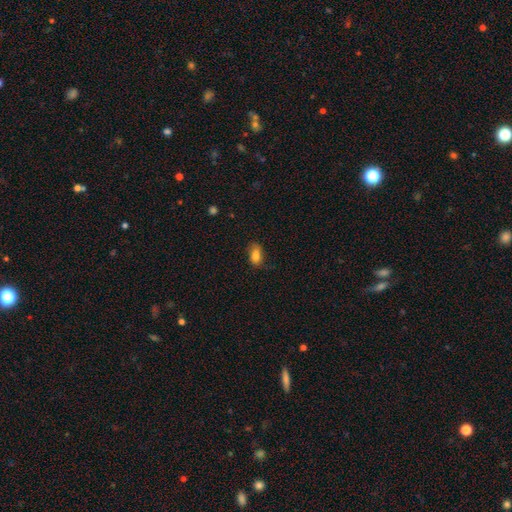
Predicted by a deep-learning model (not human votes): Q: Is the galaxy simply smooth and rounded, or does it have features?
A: smooth — 82%.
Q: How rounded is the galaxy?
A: in between — 87%.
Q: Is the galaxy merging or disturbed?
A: none — 64%.